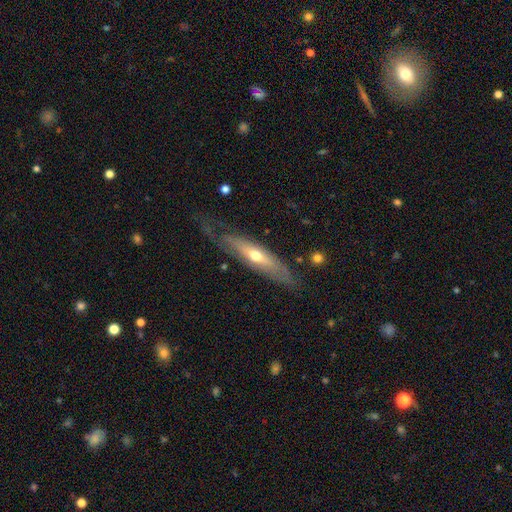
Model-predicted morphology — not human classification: featured or disk 63%, smooth 31%, star or artifact 5%. Down the decision tree: edge-on disk — yes (56%); merging — none (70%).